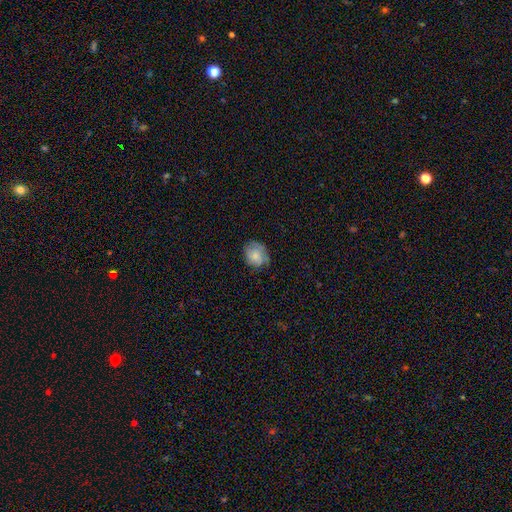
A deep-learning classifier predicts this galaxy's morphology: smooth_or_featured: smooth (p=0.71) [alt: featured or disk p=0.21]
how_rounded: round (p=0.62) [alt: in between p=0.37]
merging: none (p=0.65) [alt: minor disturbance p=0.27]